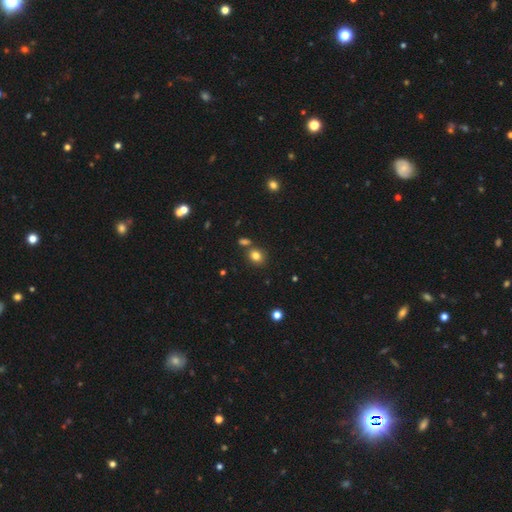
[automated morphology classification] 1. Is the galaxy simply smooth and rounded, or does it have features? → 81% smooth, 13% star or artifact, 6% featured or disk.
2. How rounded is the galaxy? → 65% round, 34% in between, 1% cigar-shaped.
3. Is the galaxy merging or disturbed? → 74% none, 13% merger, 10% minor disturbance, 3% major disturbance.